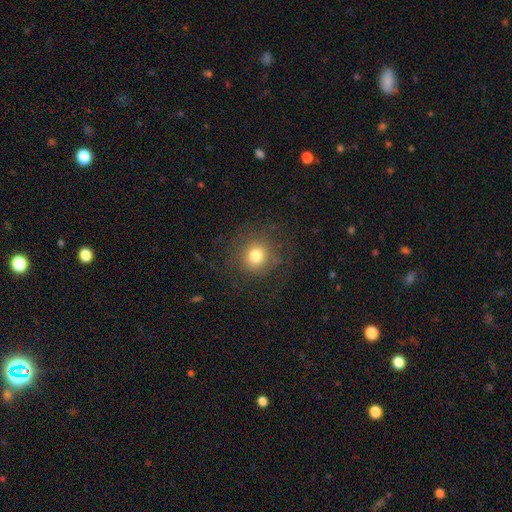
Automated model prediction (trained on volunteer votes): The model was most divided on "smooth or featured": smooth: 76%, star or artifact: 13%, featured or disk: 11%. More confident: how rounded — round (91%); merging — none (79%).